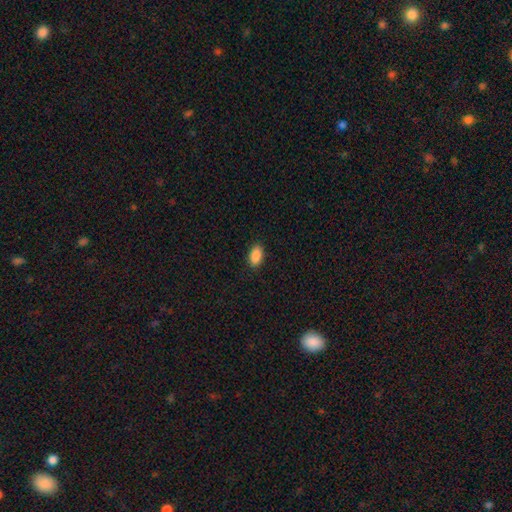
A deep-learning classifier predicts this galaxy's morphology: smooth 88%, star or artifact 7%, featured or disk 4%. Down the decision tree: how rounded — in between (92%); merging — none (89%).